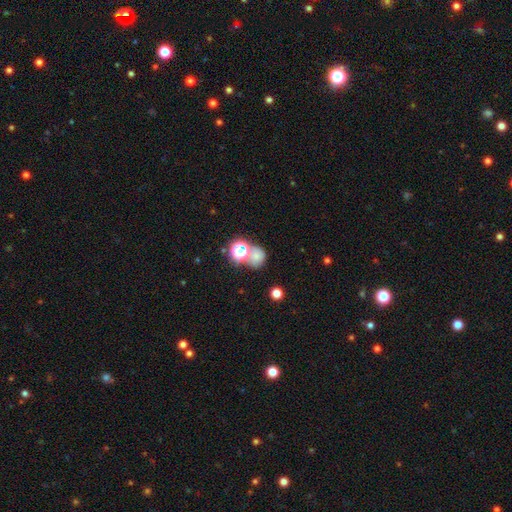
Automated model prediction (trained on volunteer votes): Overall: smooth (61%; star or artifact 26%). How rounded: round (70%). Merging: none (42%; merger 37%).